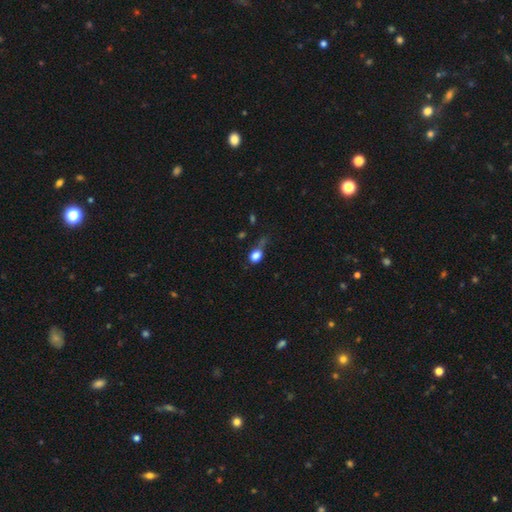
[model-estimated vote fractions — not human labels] Q: Smooth or featured?
A: smooth (82%); runner-up: star or artifact (11%)
Q: How rounded?
A: in between (54%); runner-up: round (44%)
Q: Merging?
A: none (42%); runner-up: minor disturbance (31%)